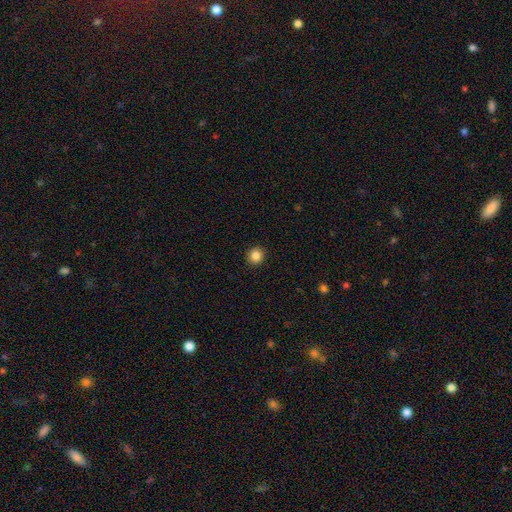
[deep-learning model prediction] Smooth or featured: smooth — 86% (star or artifact — 10%)
How rounded: round — 91% (in between — 8%)
Merging: none — 93% (minor disturbance — 5%)